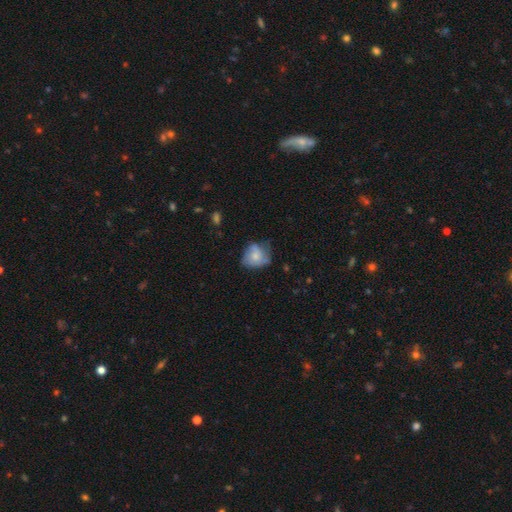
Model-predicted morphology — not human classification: smooth_or_featured: smooth (p=0.58) [alt: featured or disk p=0.34]
how_rounded: round (p=0.56) [alt: in between p=0.43]
merging: none (p=0.41) [alt: minor disturbance p=0.35]